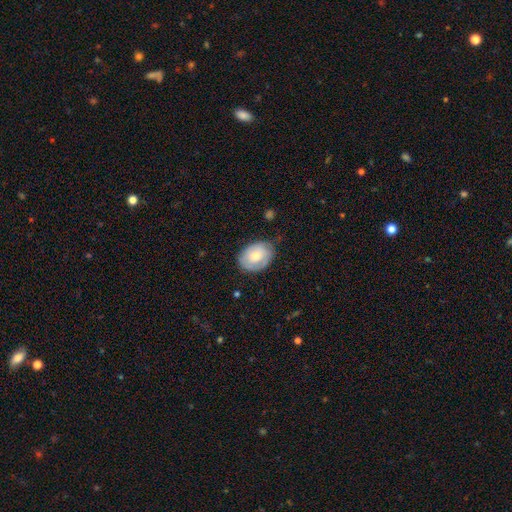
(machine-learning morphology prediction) The model was most divided on "smooth or featured": smooth: 61%, featured or disk: 33%, star or artifact: 6%. More confident: how rounded — in between (68%); merging — none (67%).